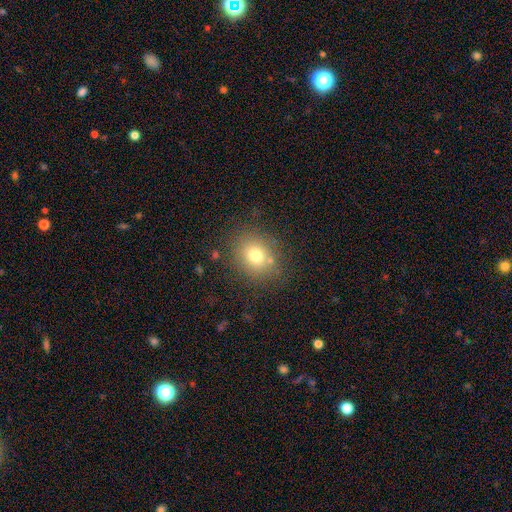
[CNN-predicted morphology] Smooth or featured: smooth — 72% (star or artifact — 15%)
How rounded: round — 69% (in between — 30%)
Merging: none — 79% (minor disturbance — 12%)